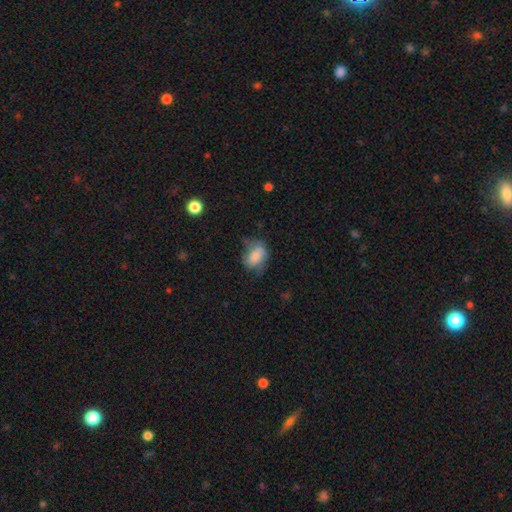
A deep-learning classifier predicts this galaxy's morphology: Smooth or featured? smooth (74%)
How rounded? in between (82%)
Merging? none (45%)